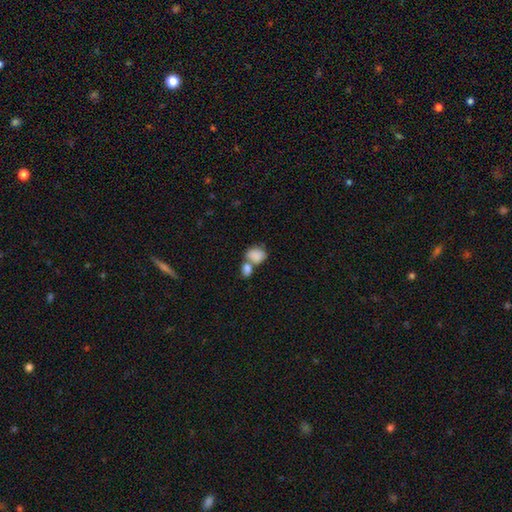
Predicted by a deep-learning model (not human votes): Smooth or featured? Predicted: smooth (p=0.83). How rounded? Predicted: in between (p=0.66). Merging? Predicted: merger (p=0.59).